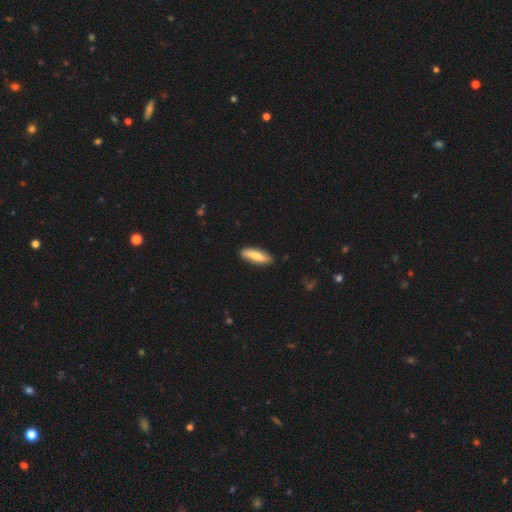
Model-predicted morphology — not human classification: smooth-or-featured: smooth: 80% | featured or disk: 15% | star or artifact: 5%
  how-rounded: cigar-shaped: 59% | in between: 40% | round: 2%
  merging: none: 87% | minor disturbance: 10% | major disturbance: 2% | merger: 1%